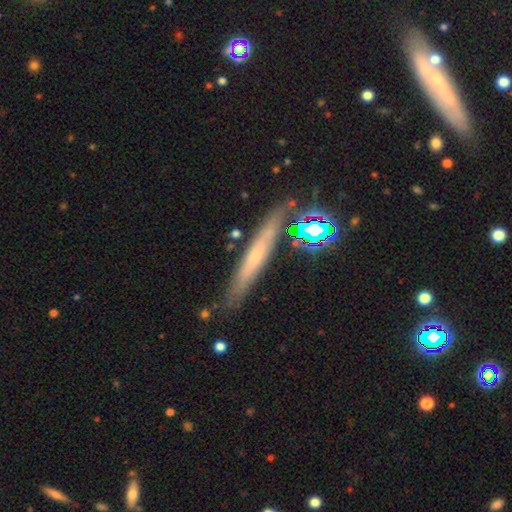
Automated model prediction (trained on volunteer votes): A featured or disk galaxy (44%).

Vote fractions:
- Smooth or featured? featured or disk: 44% / smooth: 41% / star or artifact: 15%
- Merging? none: 81% / minor disturbance: 11% / merger: 4% / major disturbance: 3%